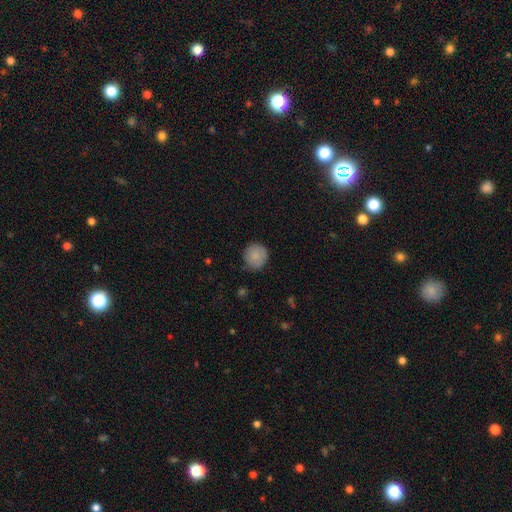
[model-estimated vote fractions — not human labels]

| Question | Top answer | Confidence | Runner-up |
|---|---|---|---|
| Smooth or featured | smooth | 86% | star or artifact (7%) |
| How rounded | round | 92% | in between (7%) |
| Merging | none | 82% | minor disturbance (14%) |